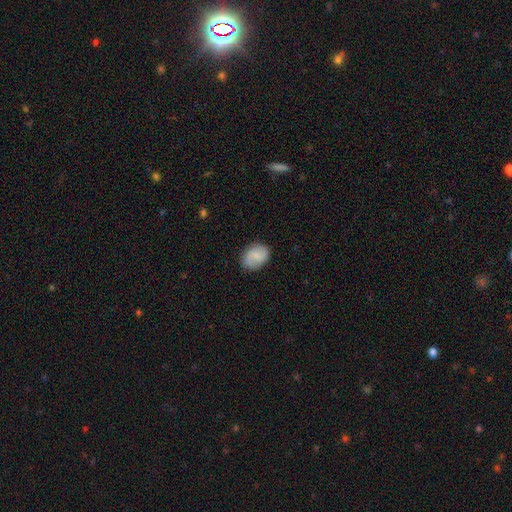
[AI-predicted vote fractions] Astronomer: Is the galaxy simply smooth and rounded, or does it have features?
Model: smooth — 62%.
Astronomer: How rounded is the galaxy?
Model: in between — 71%.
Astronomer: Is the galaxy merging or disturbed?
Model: none — 83%.